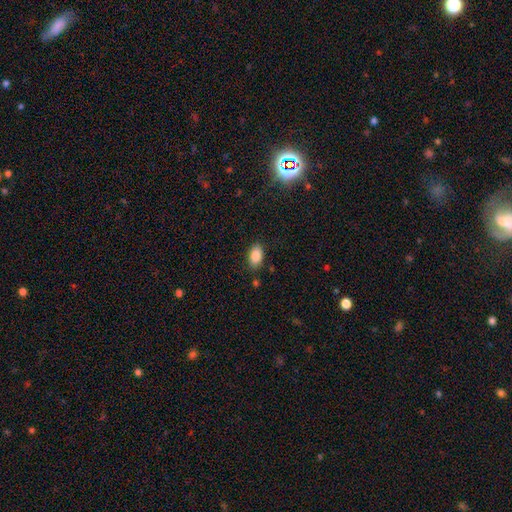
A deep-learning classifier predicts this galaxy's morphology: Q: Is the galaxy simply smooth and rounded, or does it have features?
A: smooth — 86%.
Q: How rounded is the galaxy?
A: in between — 91%.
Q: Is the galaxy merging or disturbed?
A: none — 84%.